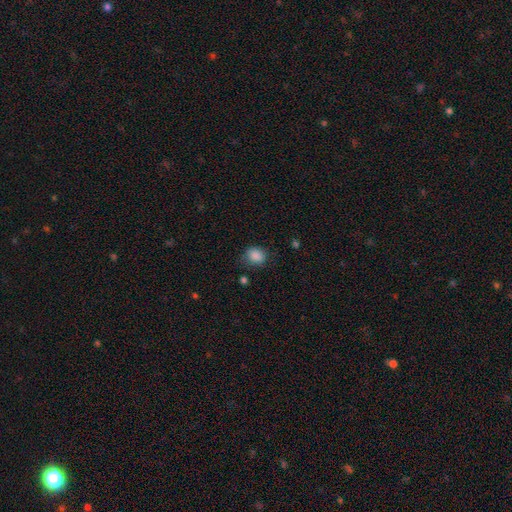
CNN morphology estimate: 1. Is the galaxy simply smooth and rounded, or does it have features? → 86% smooth, 9% star or artifact, 4% featured or disk.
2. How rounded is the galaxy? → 56% round, 43% in between, 1% cigar-shaped.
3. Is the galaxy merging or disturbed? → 71% none, 21% minor disturbance, 6% major disturbance, 2% merger.